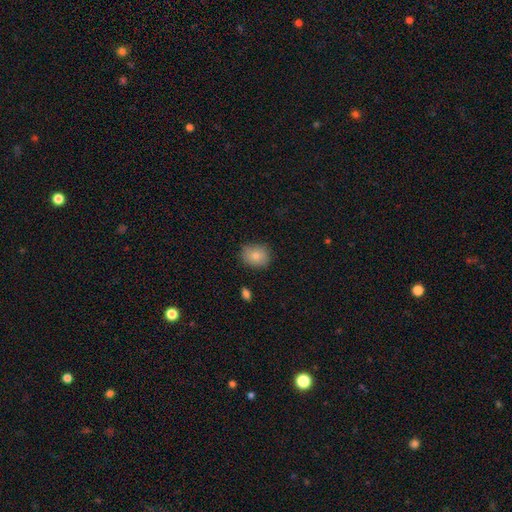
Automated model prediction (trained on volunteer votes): smooth-or-featured: smooth: 83% | featured or disk: 9% | star or artifact: 8%
  how-rounded: round: 54% | in between: 45% | cigar-shaped: 1%
  merging: none: 81% | minor disturbance: 14% | major disturbance: 3% | merger: 2%